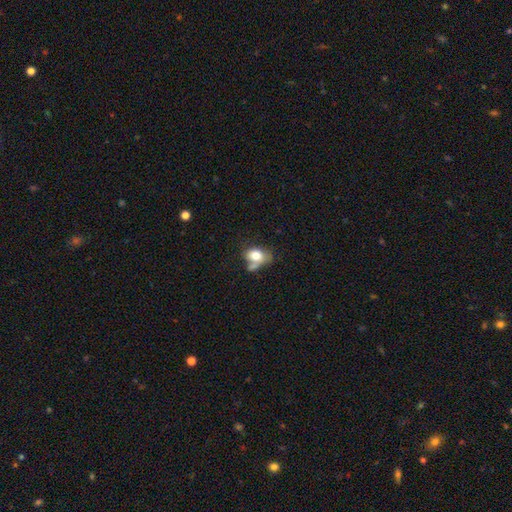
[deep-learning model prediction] Smooth or featured? Predicted: smooth (p=0.75). How rounded? Predicted: in between (p=0.71). Merging? Predicted: none (p=0.33).